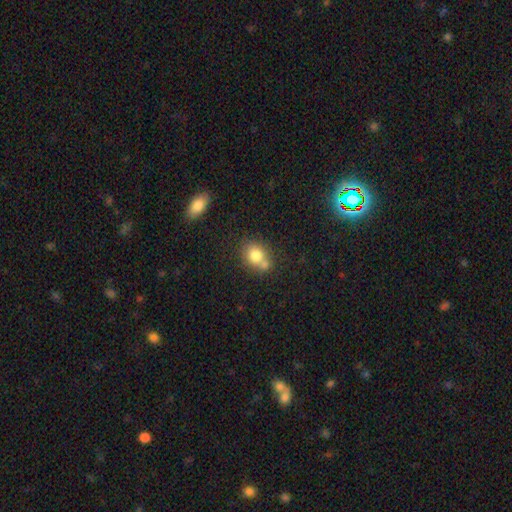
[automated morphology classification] Smooth or featured: smooth — 78% (featured or disk — 12%)
How rounded: round — 54% (in between — 45%)
Merging: none — 48% (merger — 33%)